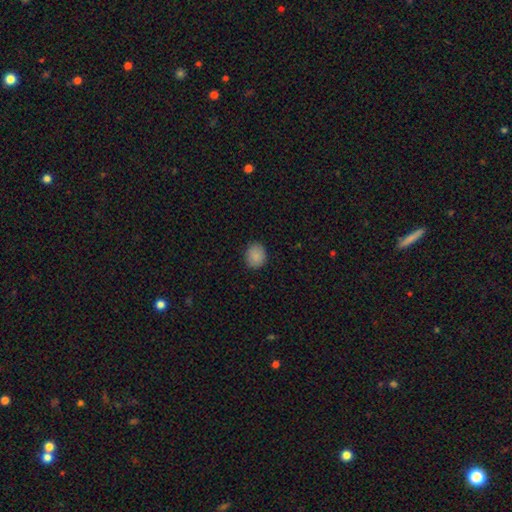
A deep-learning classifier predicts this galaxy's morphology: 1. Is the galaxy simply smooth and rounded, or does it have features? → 88% smooth, 9% star or artifact, 4% featured or disk.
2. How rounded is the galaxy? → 75% round, 24% in between, 1% cigar-shaped.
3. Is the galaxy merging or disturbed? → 87% none, 9% minor disturbance, 2% major disturbance, 1% merger.